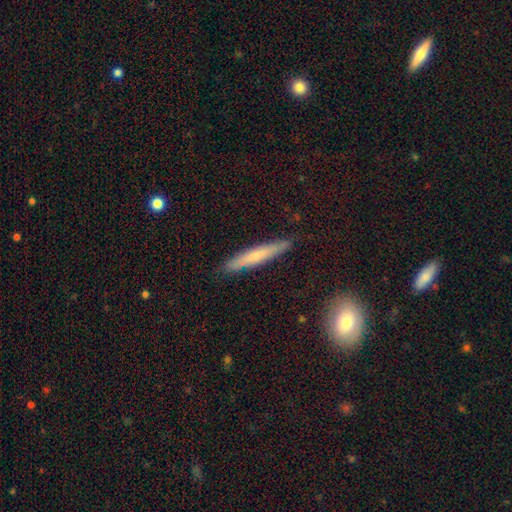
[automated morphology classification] The model was most divided on "smooth or featured": smooth: 63%, featured or disk: 30%, star or artifact: 7%. More confident: how rounded — cigar-shaped (94%); merging — none (88%).